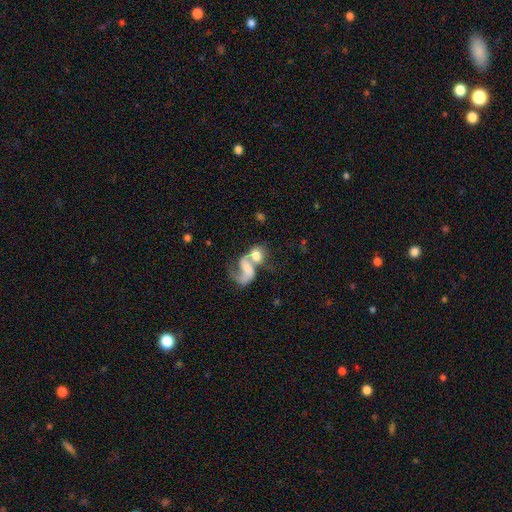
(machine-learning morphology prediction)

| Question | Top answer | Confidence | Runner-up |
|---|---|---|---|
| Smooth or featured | featured or disk | 54% | smooth (36%) |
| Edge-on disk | no | 97% | yes (3%) |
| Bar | no | 60% | weak (27%) |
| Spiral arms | yes | 71% | no (29%) |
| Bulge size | none | 34% | moderate (22%) |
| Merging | merger | 67% | major disturbance (15%) |